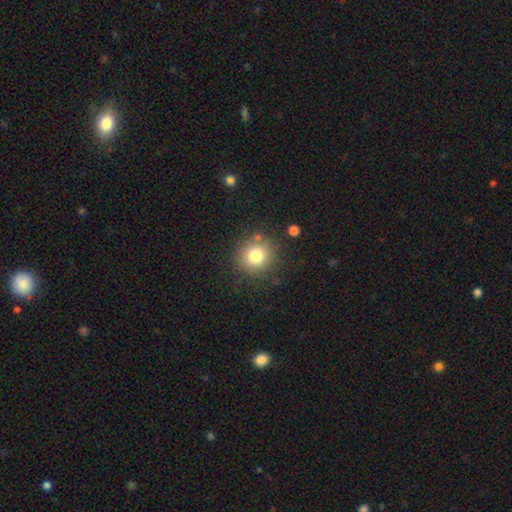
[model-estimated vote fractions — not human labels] This appears to be a smooth galaxy with no disk features (79%) that is round (92%). Merging: none (84%).